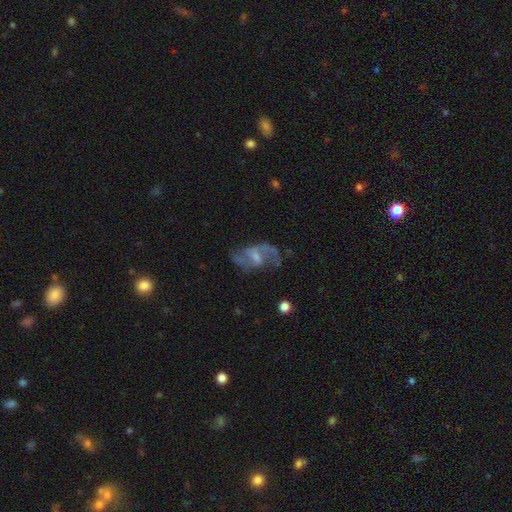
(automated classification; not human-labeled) This is clearly a featured or disk galaxy (81%). It is clearly not viewed edge-on (96%). Bar: possibly weak (55%). Spiral arm pattern: clearly yes (90%). Spiral arm count: clearly 2 (81%). Spiral winding: possibly loose (50%). Central bulge: possibly small (48%). Merging: possibly none (58%).